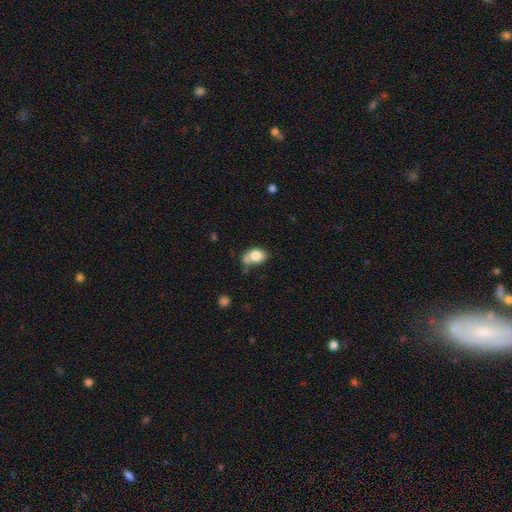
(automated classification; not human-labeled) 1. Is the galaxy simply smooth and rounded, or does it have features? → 79% smooth, 12% featured or disk, 9% star or artifact.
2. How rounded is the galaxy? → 72% in between, 26% round, 2% cigar-shaped.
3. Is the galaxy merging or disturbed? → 39% none, 25% minor disturbance, 25% merger, 10% major disturbance.